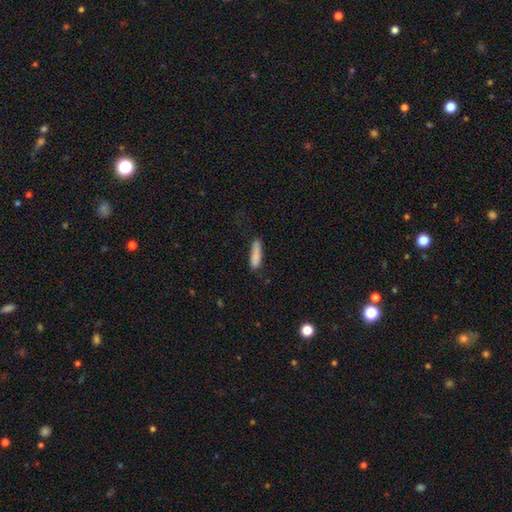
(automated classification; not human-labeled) A smooth galaxy with no disk features (86%) that is cigar-shaped (74%).

Vote fractions:
- Smooth or featured? smooth: 86% / featured or disk: 7% / star or artifact: 7%
- How rounded? cigar-shaped: 74% / in between: 25% / round: 2%
- Merging? none: 75% / minor disturbance: 18% / major disturbance: 4% / merger: 2%